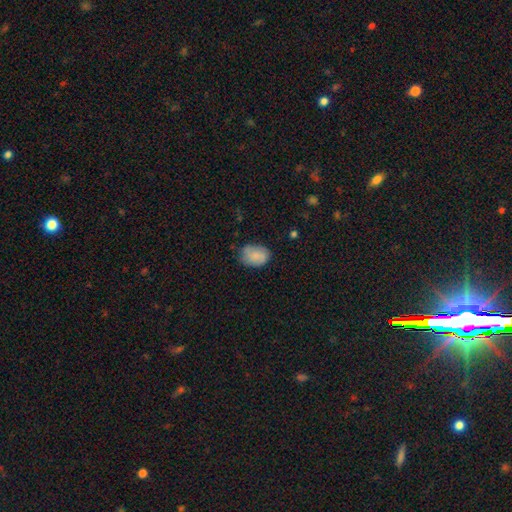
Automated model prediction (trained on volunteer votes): A smooth galaxy with no disk features (81%) that is in between round and cigar-shaped (73%). Merging: none (68%).